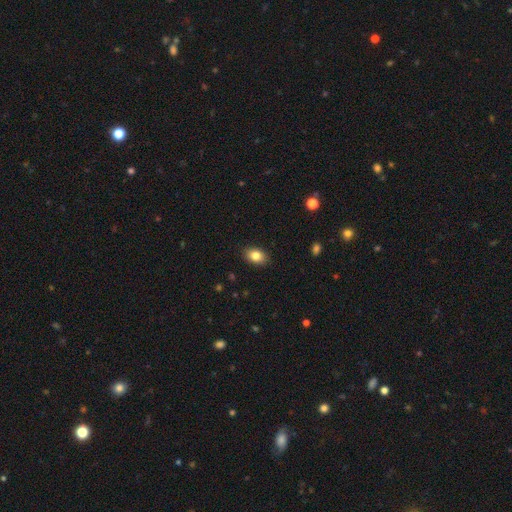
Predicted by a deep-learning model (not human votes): Smooth or featured?
  - smooth: 83% *
  - star or artifact: 9%
  - featured or disk: 8%
How rounded?
  - in between: 79% *
  - round: 19%
  - cigar-shaped: 1%
Merging?
  - none: 88% *
  - minor disturbance: 9%
  - major disturbance: 2%
  - merger: 1%